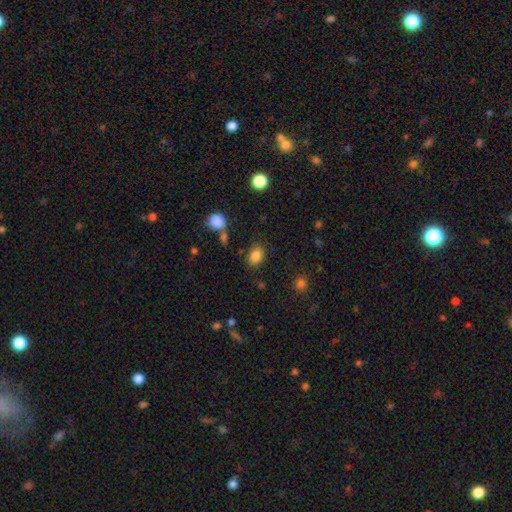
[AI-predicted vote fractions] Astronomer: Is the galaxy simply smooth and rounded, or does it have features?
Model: smooth — 84%.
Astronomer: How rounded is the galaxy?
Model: in between — 70%.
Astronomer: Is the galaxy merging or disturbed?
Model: none — 79%.